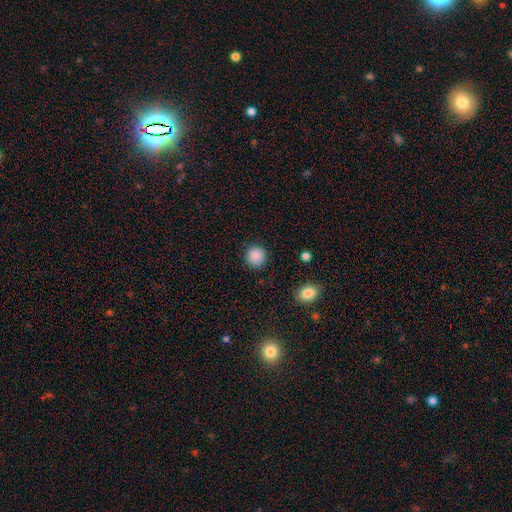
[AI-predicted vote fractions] smooth_or_featured: smooth (p=0.88) [alt: star or artifact p=0.09]
how_rounded: round (p=0.92) [alt: in between p=0.07]
merging: none (p=0.90) [alt: minor disturbance p=0.06]